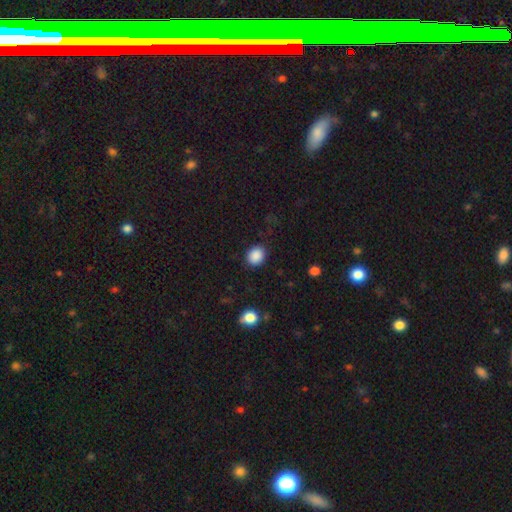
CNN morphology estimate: Smooth or featured?
  - smooth: 88% *
  - star or artifact: 9%
  - featured or disk: 3%
How rounded?
  - round: 64% *
  - in between: 35%
  - cigar-shaped: 1%
Merging?
  - none: 86% *
  - minor disturbance: 9%
  - major disturbance: 3%
  - merger: 1%